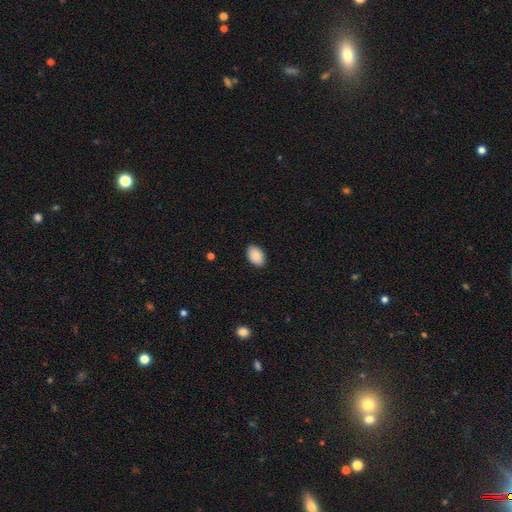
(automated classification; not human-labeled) smooth-or-featured: smooth: 89% | star or artifact: 7% | featured or disk: 5%
  how-rounded: in between: 92% | round: 7% | cigar-shaped: 1%
  merging: none: 89% | minor disturbance: 8% | major disturbance: 2% | merger: 1%